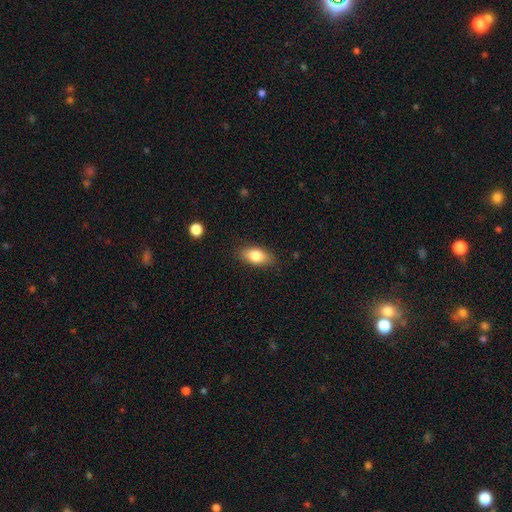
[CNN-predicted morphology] A smooth galaxy with no disk features (80%) that is in between round and cigar-shaped (87%).

Vote fractions:
- Smooth or featured? smooth: 80% / featured or disk: 12% / star or artifact: 7%
- How rounded? in between: 87% / cigar-shaped: 8% / round: 5%
- Merging? none: 85% / minor disturbance: 12% / major disturbance: 3% / merger: 1%